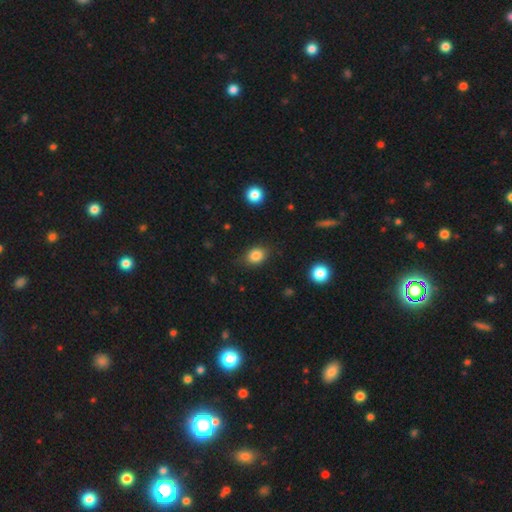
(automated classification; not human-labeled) Smooth or featured?
  - smooth: 84% *
  - star or artifact: 10%
  - featured or disk: 6%
How rounded?
  - in between: 54% *
  - round: 45%
  - cigar-shaped: 1%
Merging?
  - none: 81% *
  - minor disturbance: 14%
  - major disturbance: 3%
  - merger: 1%